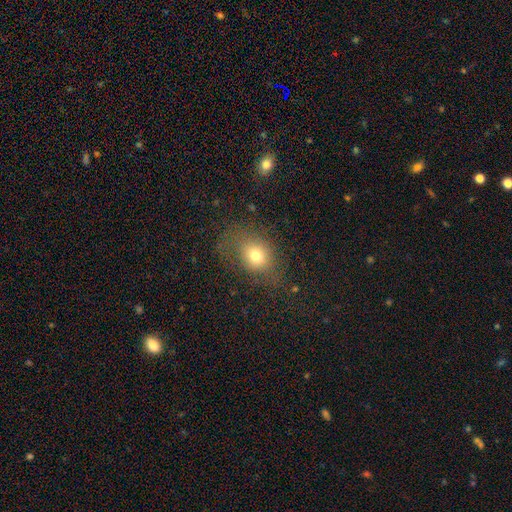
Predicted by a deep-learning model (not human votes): A smooth galaxy with no disk features (71%) that is in between round and cigar-shaped (50%).

Vote fractions:
- Smooth or featured? smooth: 71% / star or artifact: 15% / featured or disk: 14%
- How rounded? in between: 50% / round: 48% / cigar-shaped: 1%
- Merging? none: 62% / minor disturbance: 21% / major disturbance: 15% / merger: 2%